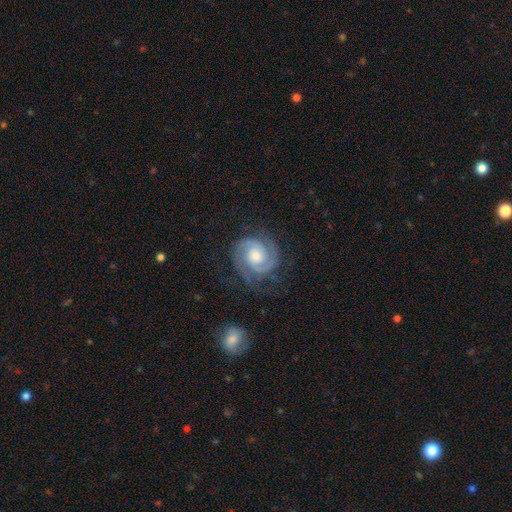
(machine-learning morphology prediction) smooth_or_featured: featured or disk (p=0.89) [alt: smooth p=0.06]
disk_edge_on: no (p=0.98) [alt: yes p=0.02]
bar: no (p=0.62) [alt: weak p=0.32]
has_spiral_arms: yes (p=0.98) [alt: no p=0.02]
spiral_winding: tight (p=0.58) [alt: medium p=0.37]
spiral_arm_count: 2 (p=0.91) [alt: can't tell p=0.03]
bulge_size: moderate (p=0.58) [alt: large p=0.18]
merging: none (p=0.78) [alt: minor disturbance p=0.15]